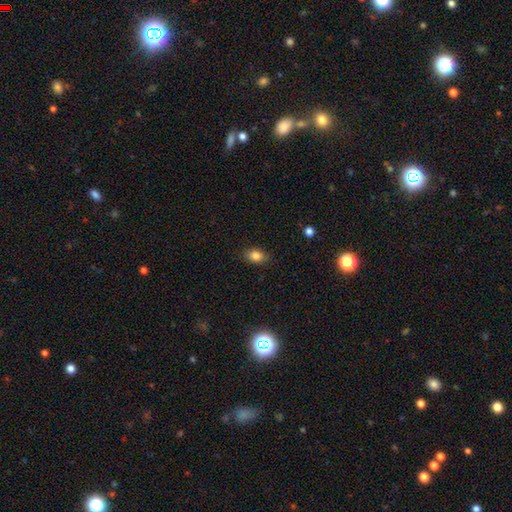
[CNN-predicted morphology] smooth_or_featured: smooth (p=0.84) [alt: star or artifact p=0.10]
how_rounded: in between (p=0.77) [alt: round p=0.21]
merging: none (p=0.85) [alt: minor disturbance p=0.11]